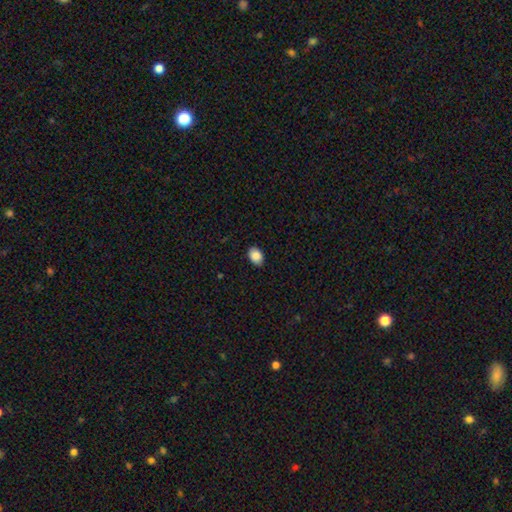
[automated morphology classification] Overall: smooth (88%). How rounded: in between (81%). Merging: none (88%).